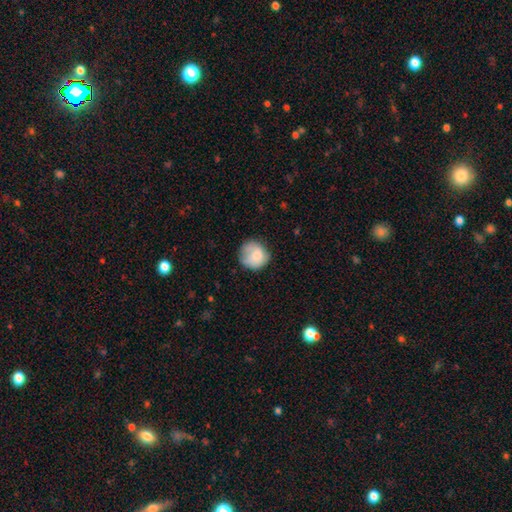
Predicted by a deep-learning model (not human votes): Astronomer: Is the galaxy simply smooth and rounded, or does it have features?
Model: smooth — 75%.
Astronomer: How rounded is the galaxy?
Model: round — 87%.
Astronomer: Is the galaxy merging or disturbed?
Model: none — 64%.